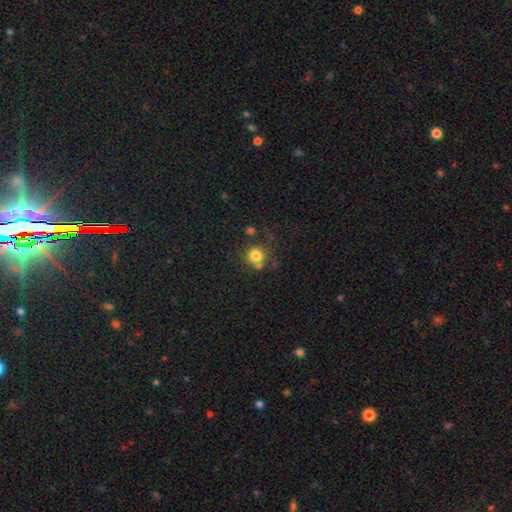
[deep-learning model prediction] Morphology: type=smooth (80%); roundness=round (91%); merging=none (69%).